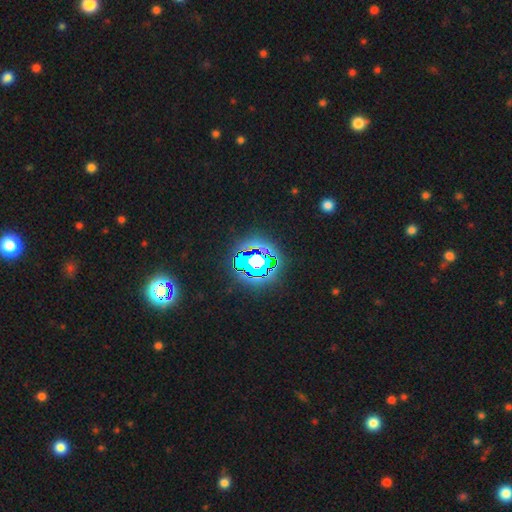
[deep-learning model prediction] Smooth or featured?
  - star or artifact: 68% *
  - smooth: 17%
  - featured or disk: 15%